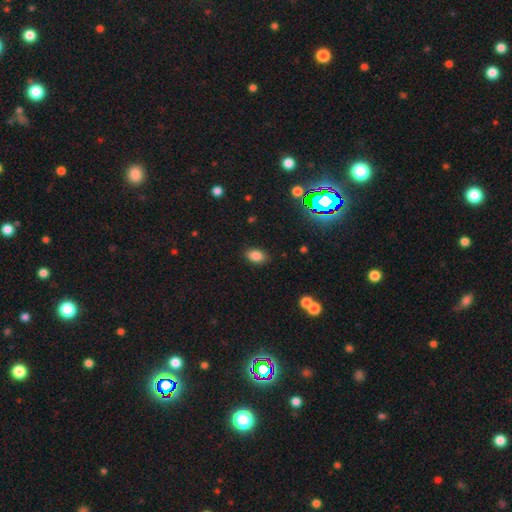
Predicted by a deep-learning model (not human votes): The model was most divided on "smooth or featured": smooth: 83%, star or artifact: 12%, featured or disk: 6%. More confident: merging — none (87%); how rounded — in between (86%).